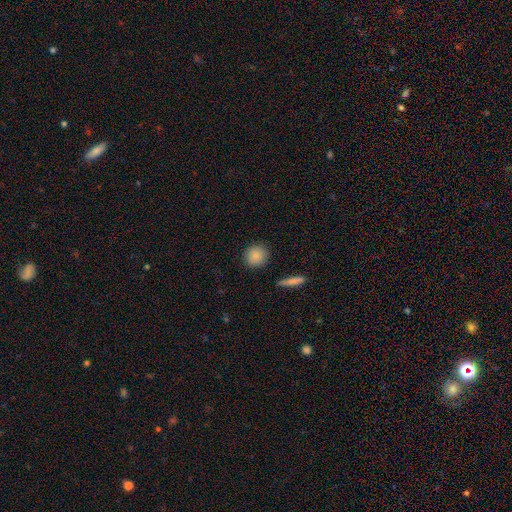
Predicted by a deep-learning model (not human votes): Smooth or featured? smooth (87%)
How rounded? round (89%)
Merging? none (89%)